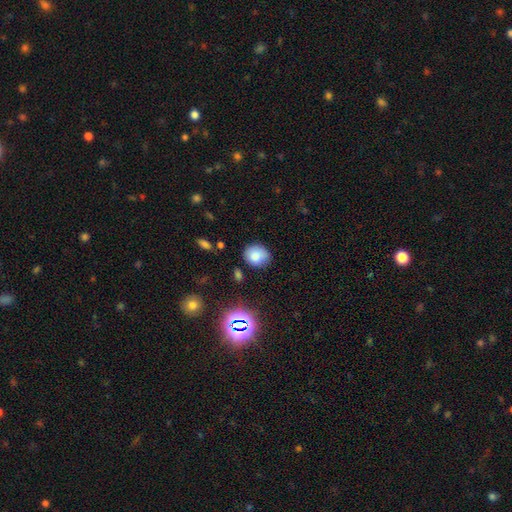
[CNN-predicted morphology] smooth 79%, star or artifact 13%, featured or disk 8%. Down the decision tree: how rounded — round (72%); merging — none (77%).